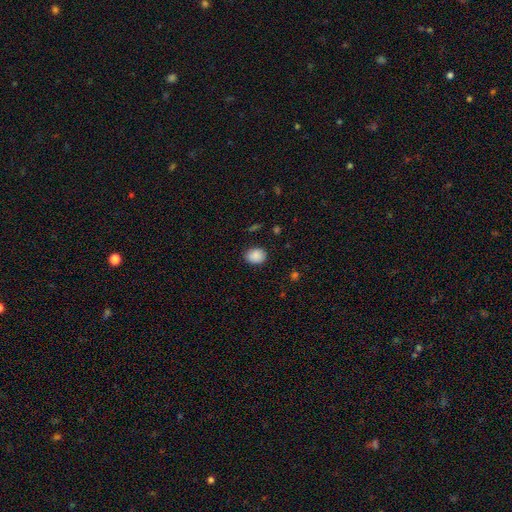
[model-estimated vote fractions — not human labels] Smooth or featured: smooth — 88% (star or artifact — 8%)
How rounded: in between — 53% (round — 46%)
Merging: none — 84% (minor disturbance — 12%)